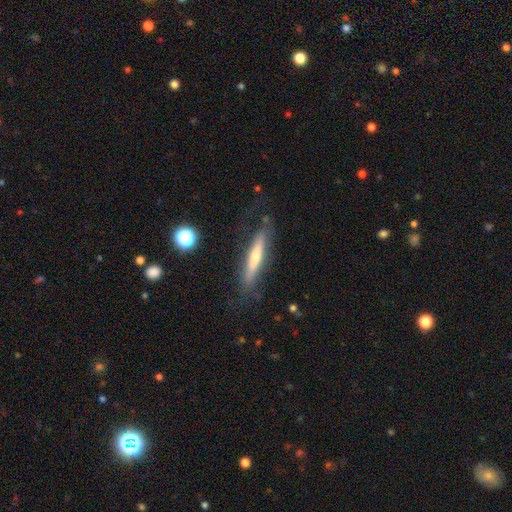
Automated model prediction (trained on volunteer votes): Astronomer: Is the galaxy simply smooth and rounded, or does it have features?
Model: featured or disk — 55% (runner-up: smooth, 38%).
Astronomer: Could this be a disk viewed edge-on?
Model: yes — 86%.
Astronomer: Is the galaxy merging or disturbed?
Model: none — 75%.